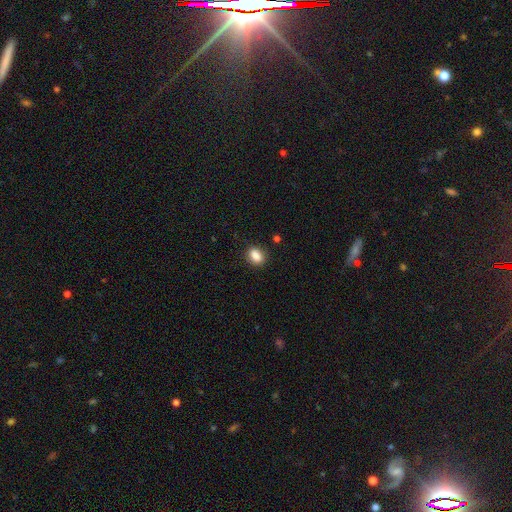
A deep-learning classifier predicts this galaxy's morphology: This is clearly a smooth galaxy (87%). How rounded: likely in between (70%). Merging: clearly none (86%).